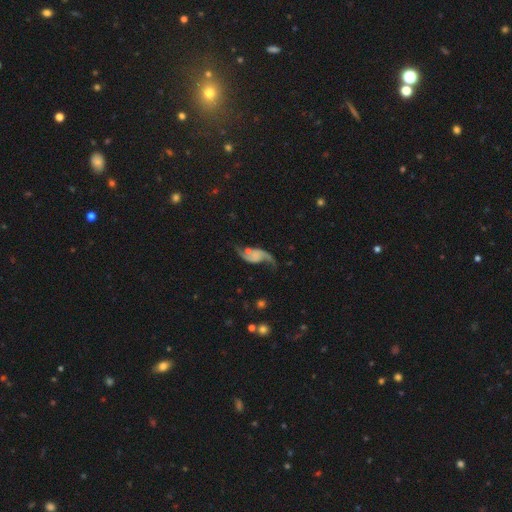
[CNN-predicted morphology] A featured or disk galaxy (86%) with no bar (63%), 2 (93%) loose (86%) spiral arms (96%) and no central bulge (58%). Merging: none (67%).